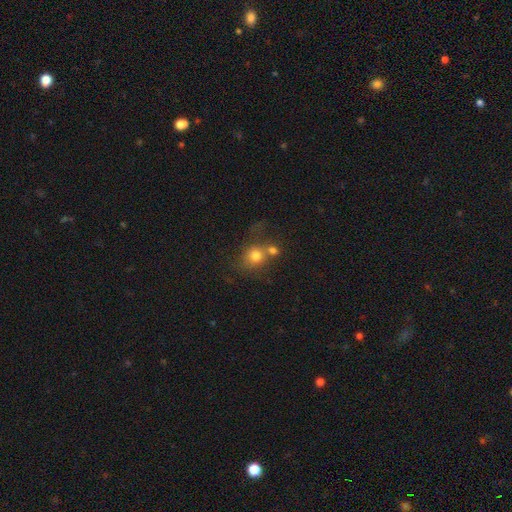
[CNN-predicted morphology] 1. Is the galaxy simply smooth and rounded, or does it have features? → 74% smooth, 14% featured or disk, 12% star or artifact.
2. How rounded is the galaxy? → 73% round, 26% in between, 1% cigar-shaped.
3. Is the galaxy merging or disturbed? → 41% merger, 38% none, 12% minor disturbance, 9% major disturbance.